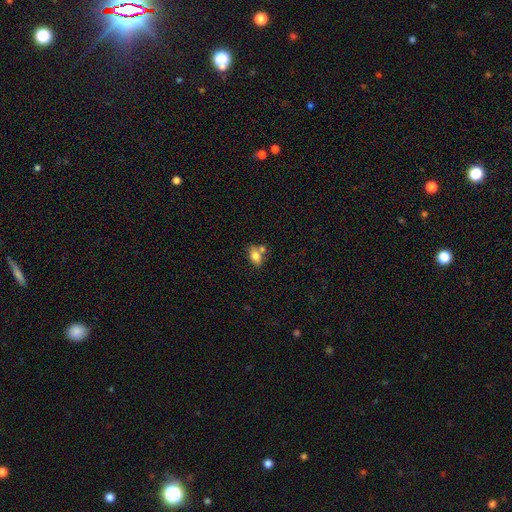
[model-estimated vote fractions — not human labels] The model was most divided on "merging": none: 54%, merger: 28%, minor disturbance: 14%, major disturbance: 4%. More confident: how rounded — in between (86%); smooth or featured — smooth (78%).